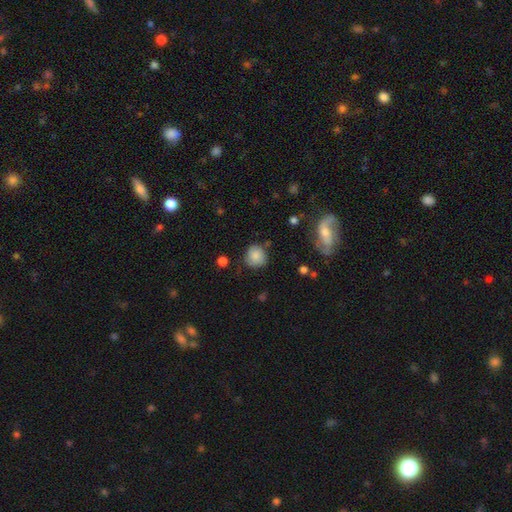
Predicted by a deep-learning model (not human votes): Overall: smooth (82%). How rounded: round (84%). Merging: none (73%).